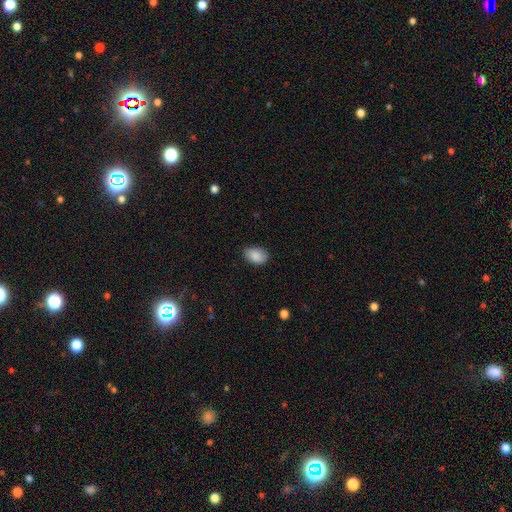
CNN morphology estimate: The model was most divided on "merging": none: 80%, minor disturbance: 16%, major disturbance: 3%, merger: 1%. More confident: smooth or featured — smooth (87%); how rounded — in between (87%).